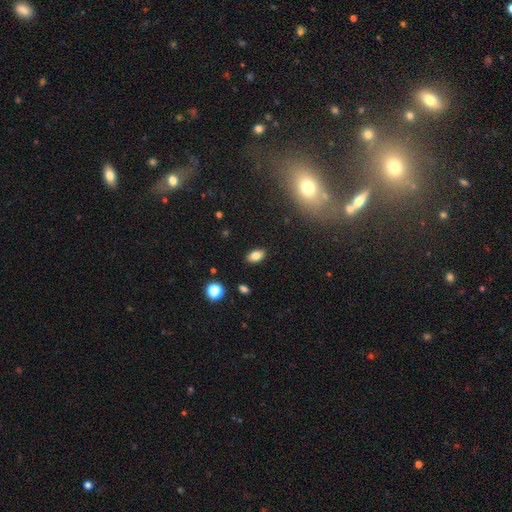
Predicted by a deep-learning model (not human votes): A smooth galaxy with no disk features (81%) that is in between round and cigar-shaped (90%).

Vote fractions:
- Smooth or featured? smooth: 81% / star or artifact: 11% / featured or disk: 8%
- How rounded? in between: 90% / round: 7% / cigar-shaped: 3%
- Merging? none: 88% / minor disturbance: 9% / major disturbance: 2% / merger: 1%